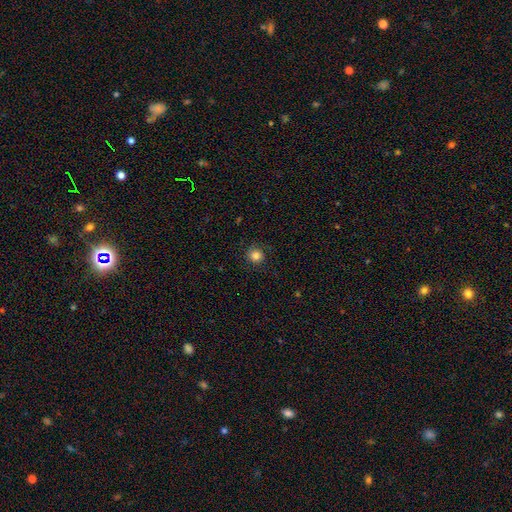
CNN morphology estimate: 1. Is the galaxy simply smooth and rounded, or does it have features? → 83% smooth, 11% star or artifact, 5% featured or disk.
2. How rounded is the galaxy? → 92% round, 7% in between, 1% cigar-shaped.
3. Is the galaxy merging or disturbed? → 85% none, 10% minor disturbance, 4% major disturbance, 1% merger.